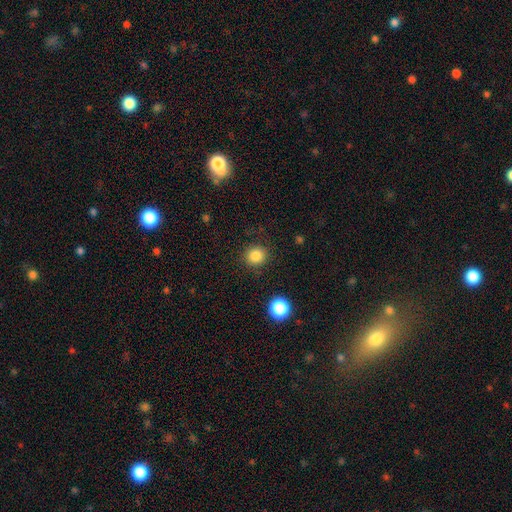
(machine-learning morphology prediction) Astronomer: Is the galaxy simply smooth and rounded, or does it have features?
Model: smooth — 85%.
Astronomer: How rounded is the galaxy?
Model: round — 88%.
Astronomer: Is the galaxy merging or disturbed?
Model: none — 89%.